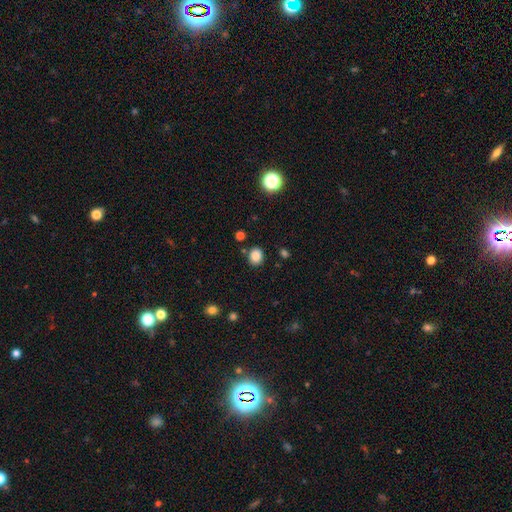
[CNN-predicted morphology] Smooth or featured? Predicted: smooth (p=0.84). How rounded? Predicted: round (p=0.68). Merging? Predicted: none (p=0.83).